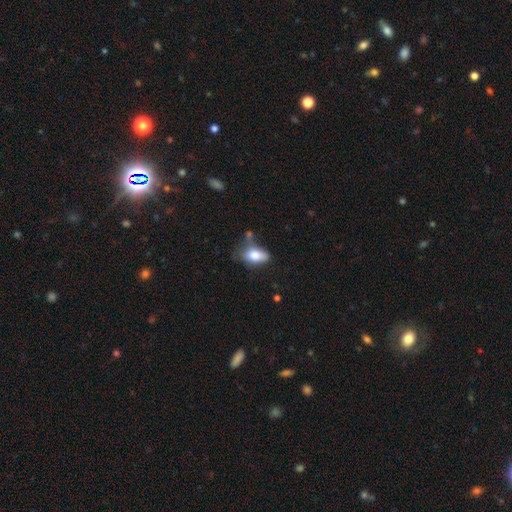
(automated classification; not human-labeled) Smooth or featured? smooth (77%)
How rounded? in between (89%)
Merging? none (42%)